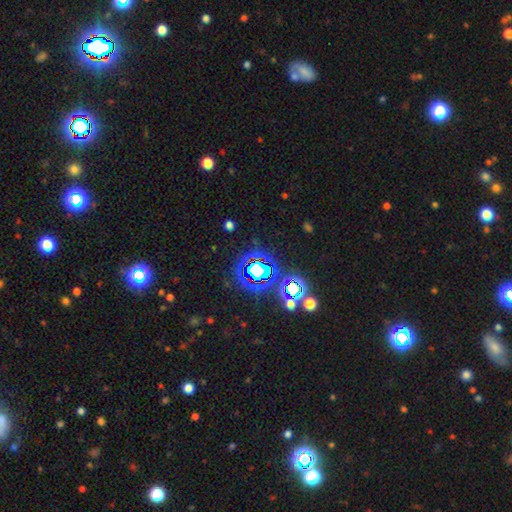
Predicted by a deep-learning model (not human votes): The model was most divided on "smooth or featured": star or artifact: 80%, smooth: 12%, featured or disk: 8%.